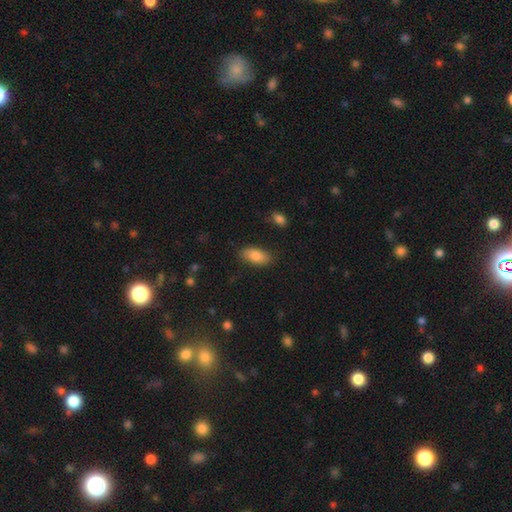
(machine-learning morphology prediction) The model was most divided on "merging": none: 84%, minor disturbance: 12%, major disturbance: 3%, merger: 2%. More confident: how rounded — in between (90%); smooth or featured — smooth (84%).